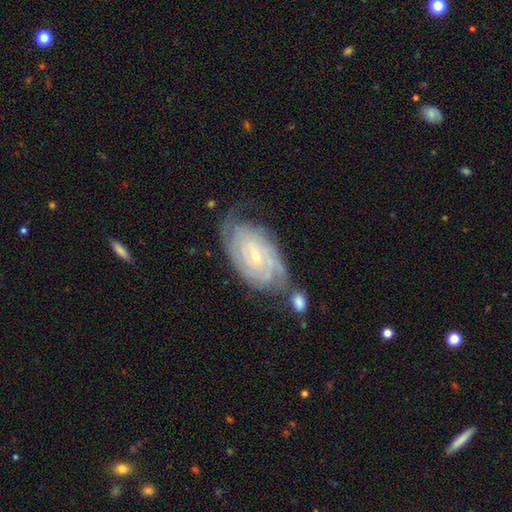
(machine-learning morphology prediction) Smooth or featured? Predicted: featured or disk (p=0.83). Edge-on disk? Predicted: no (p=0.95). Bar? Predicted: no (p=0.56). Spiral arms? Predicted: yes (p=0.95). Spiral winding? Predicted: tight (p=0.76). Spiral arm count? Predicted: can't tell (p=0.41). Bulge size? Predicted: small (p=0.68). Merging? Predicted: none (p=0.56).